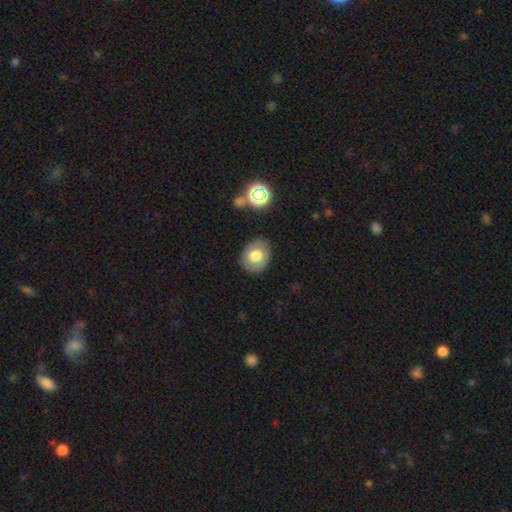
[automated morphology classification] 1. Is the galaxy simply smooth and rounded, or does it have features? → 71% smooth, 19% featured or disk, 10% star or artifact.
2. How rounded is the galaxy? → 54% round, 45% in between, 1% cigar-shaped.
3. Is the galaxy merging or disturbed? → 85% none, 10% minor disturbance, 3% major disturbance, 2% merger.